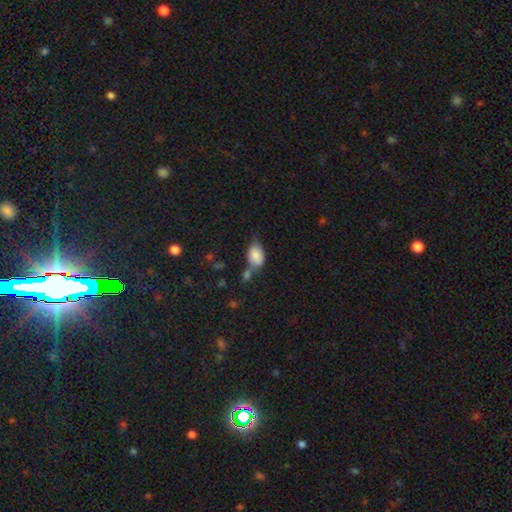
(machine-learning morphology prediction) Overall: smooth (85%). How rounded: in between (88%). Merging: none (41%; merger 27%).